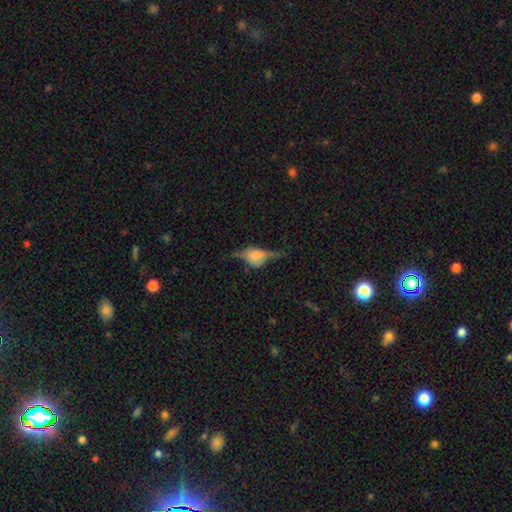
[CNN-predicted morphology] Q: Smooth or featured?
A: featured or disk (71%); runner-up: smooth (20%)
Q: Edge-on disk?
A: yes (92%); runner-up: no (8%)
Q: Edge-on bulge?
A: rounded (81%); runner-up: boxy (16%)
Q: Merging?
A: none (60%); runner-up: minor disturbance (23%)